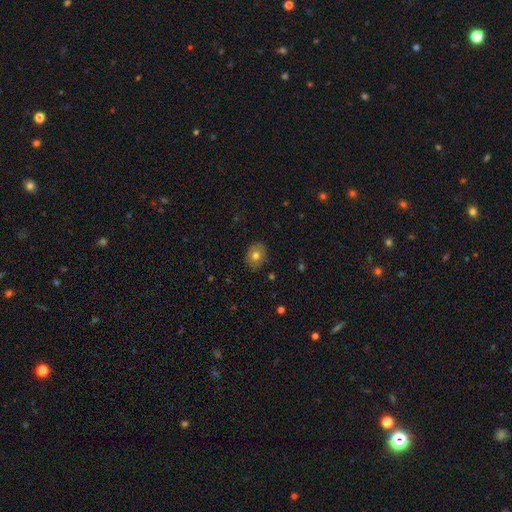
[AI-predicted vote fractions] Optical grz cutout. It shows a smooth galaxy with no disk features (71%) that is round (51%). Merging: none (84%).